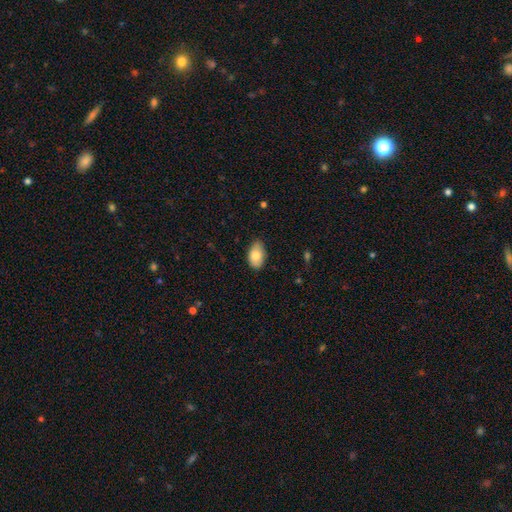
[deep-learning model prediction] A smooth galaxy with no disk features (81%) that is in between round and cigar-shaped (92%). Merging: none (76%).